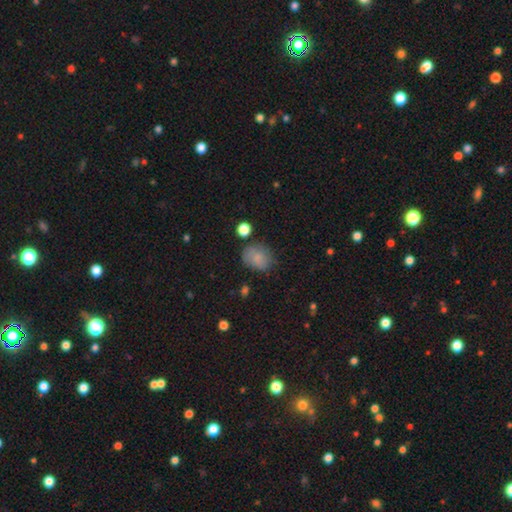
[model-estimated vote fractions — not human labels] Smooth or featured: smooth — 80% (star or artifact — 10%)
How rounded: round — 53% (in between — 46%)
Merging: none — 69% (minor disturbance — 22%)